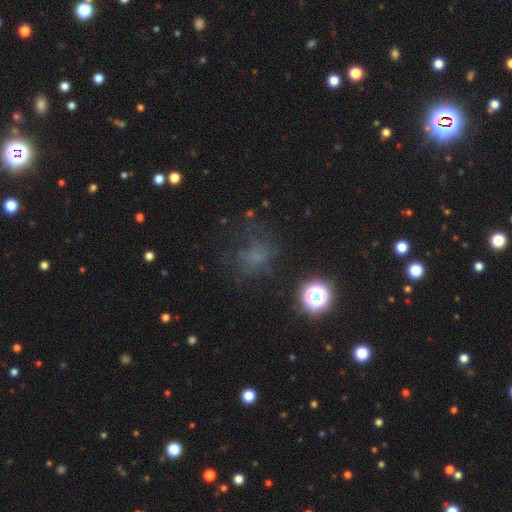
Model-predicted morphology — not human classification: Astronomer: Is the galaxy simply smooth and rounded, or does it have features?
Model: smooth — 46% (runner-up: star or artifact, 32%).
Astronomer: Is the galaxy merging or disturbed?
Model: none — 55%.